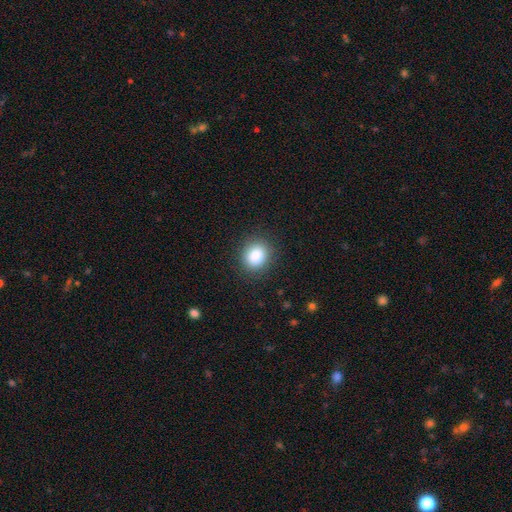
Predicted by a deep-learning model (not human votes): Overall: smooth (86%). How rounded: round (70%). Merging: none (88%).